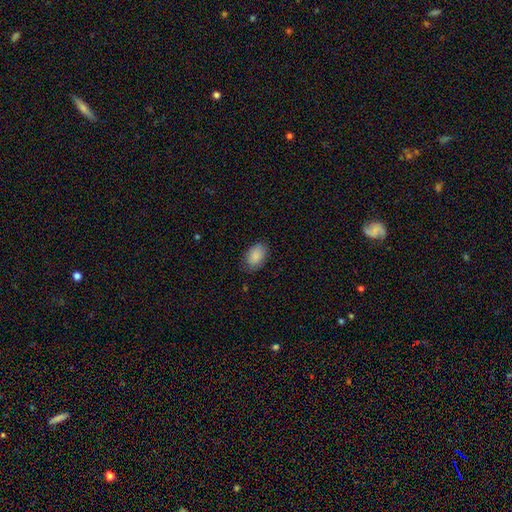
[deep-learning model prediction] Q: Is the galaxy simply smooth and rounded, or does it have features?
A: smooth — 88%.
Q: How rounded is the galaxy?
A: in between — 88%.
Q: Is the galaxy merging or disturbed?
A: none — 78%.